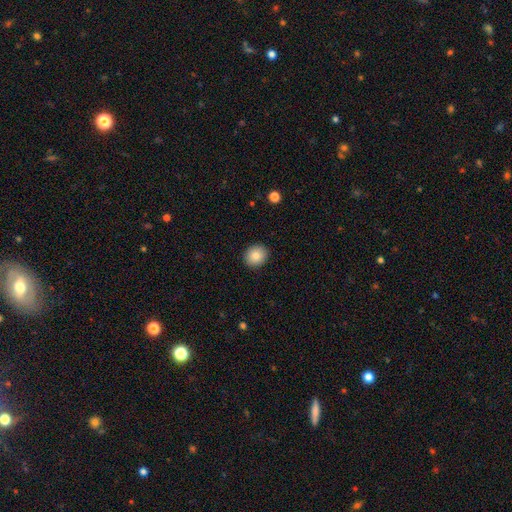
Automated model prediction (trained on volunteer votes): Overall: smooth (84%). How rounded: round (76%). Merging: none (91%).